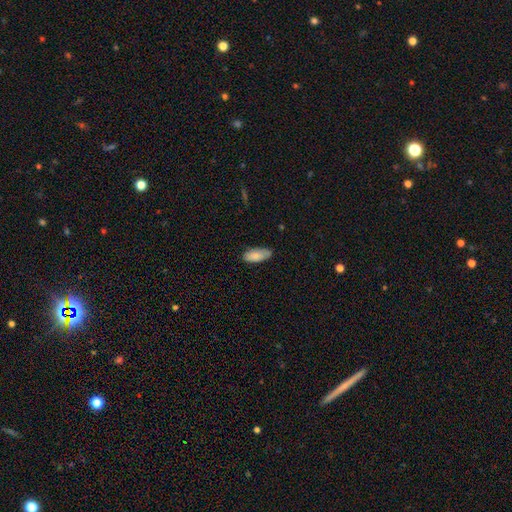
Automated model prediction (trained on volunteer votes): This appears to be a smooth galaxy with no disk features (84%) that is in between round and cigar-shaped (84%). Merging: none (75%).